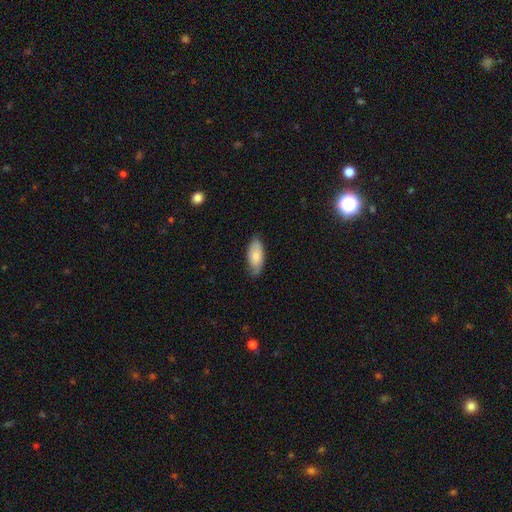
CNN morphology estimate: Smooth or featured? smooth (76%)
How rounded? in between (89%)
Merging? none (70%)